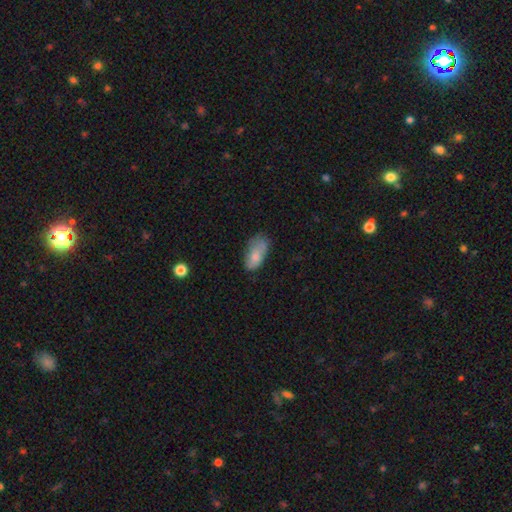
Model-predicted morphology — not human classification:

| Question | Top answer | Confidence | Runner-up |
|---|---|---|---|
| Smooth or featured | smooth | 77% | featured or disk (15%) |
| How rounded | in between | 92% | cigar-shaped (5%) |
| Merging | none | 49% | minor disturbance (34%) |